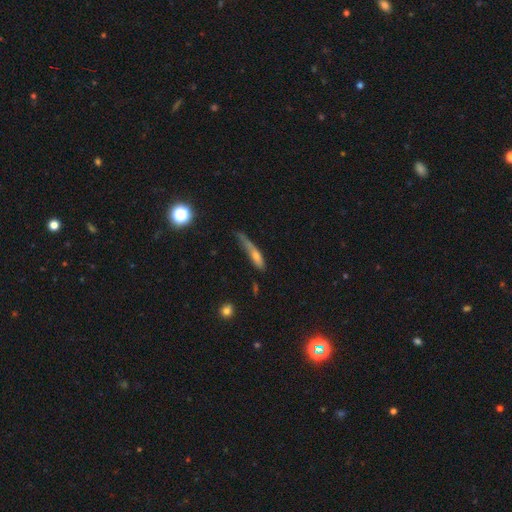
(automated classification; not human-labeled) This is possibly a smooth galaxy (51%). How rounded: clearly cigar-shaped (82%). Merging: marginally none (38%).